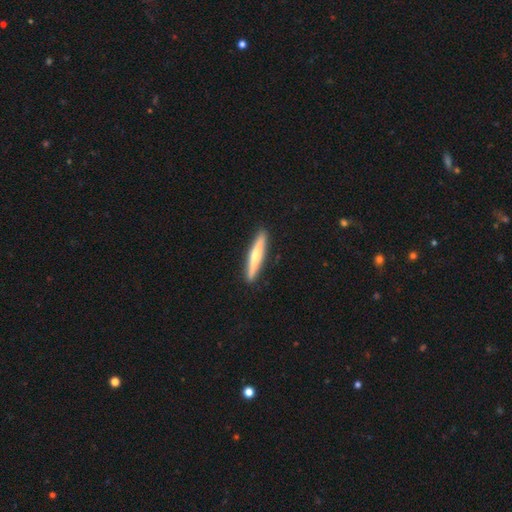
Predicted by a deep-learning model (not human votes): smooth-or-featured: featured or disk: 49% | smooth: 46% | star or artifact: 5%
  merging: none: 92% | minor disturbance: 6% | major disturbance: 1% | merger: 1%